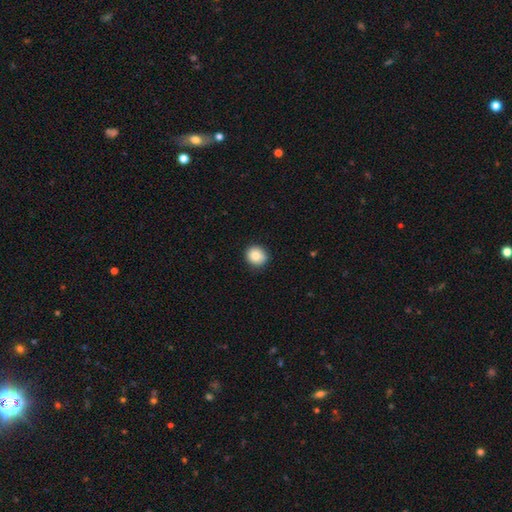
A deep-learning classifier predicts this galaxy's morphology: smooth 85%, star or artifact 9%, featured or disk 7%. Down the decision tree: how rounded — round (83%); merging — none (88%).